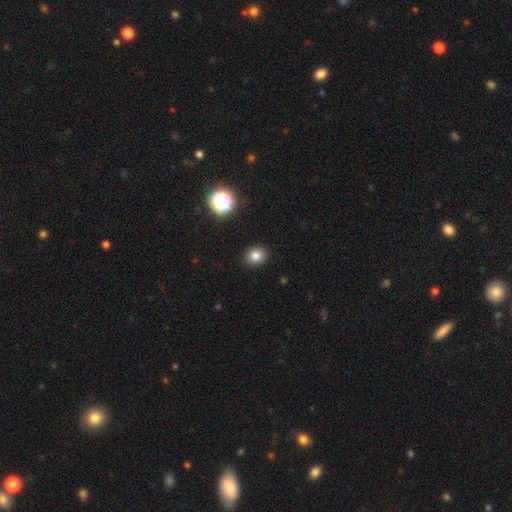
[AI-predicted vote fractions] smooth 82%, star or artifact 13%, featured or disk 5%. Down the decision tree: how rounded — round (68%); merging — none (91%).